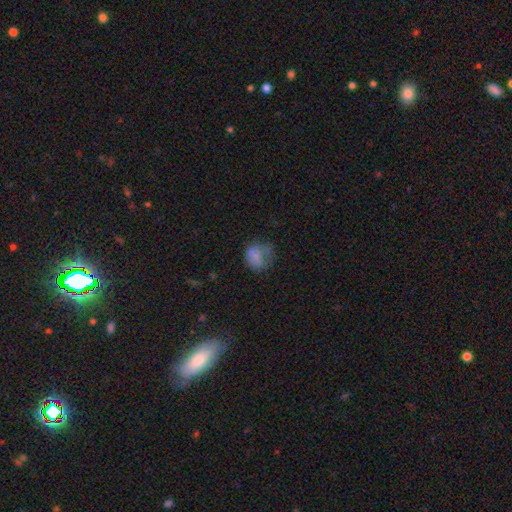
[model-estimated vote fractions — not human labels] Q: Smooth or featured?
A: smooth (71%); runner-up: featured or disk (17%)
Q: How rounded?
A: round (64%); runner-up: in between (35%)
Q: Merging?
A: none (44%); runner-up: minor disturbance (28%)